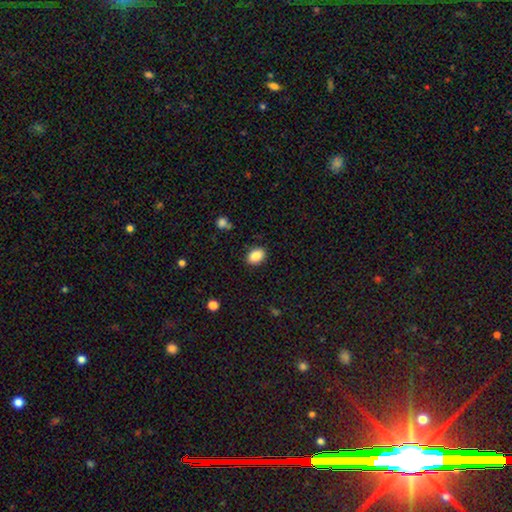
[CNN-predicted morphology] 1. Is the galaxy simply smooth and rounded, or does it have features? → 87% smooth, 8% star or artifact, 5% featured or disk.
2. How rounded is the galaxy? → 78% in between, 21% round, 1% cigar-shaped.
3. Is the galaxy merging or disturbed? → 88% none, 9% minor disturbance, 2% major disturbance, 1% merger.